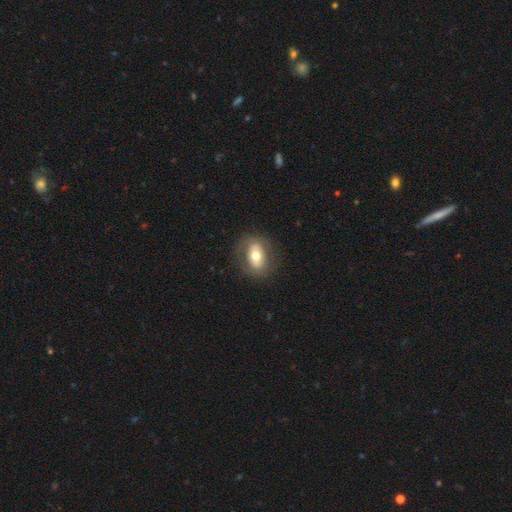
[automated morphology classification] smooth 55%, featured or disk 37%, star or artifact 8%. Down the decision tree: how rounded — in between (70%); merging — none (77%).